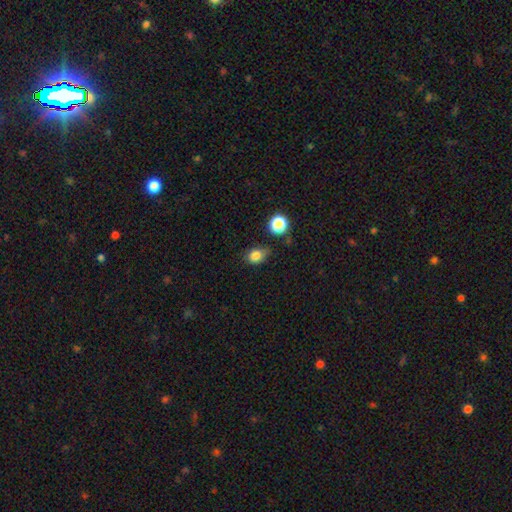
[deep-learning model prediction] smooth-or-featured: smooth: 82% | star or artifact: 12% | featured or disk: 6%
  how-rounded: in between: 54% | round: 45% | cigar-shaped: 1%
  merging: none: 57% | minor disturbance: 30% | major disturbance: 7% | merger: 5%